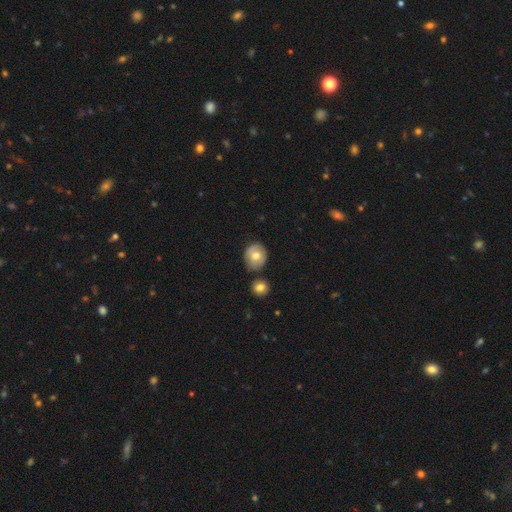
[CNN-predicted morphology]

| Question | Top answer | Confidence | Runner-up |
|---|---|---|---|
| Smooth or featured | smooth | 68% | featured or disk (24%) |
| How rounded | round | 77% | in between (22%) |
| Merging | none | 73% | minor disturbance (15%) |